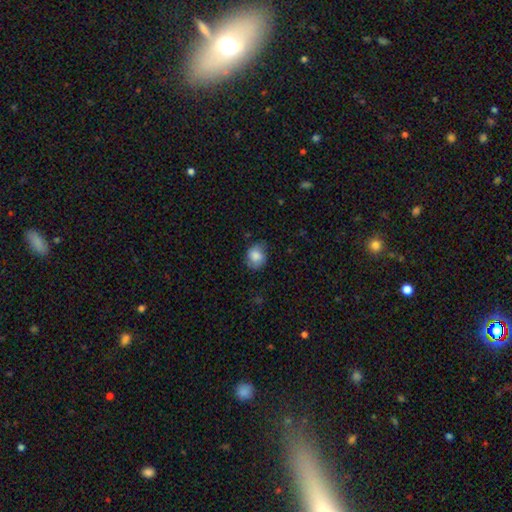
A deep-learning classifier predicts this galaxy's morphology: A smooth galaxy with no disk features (81%) that is round (62%). Merging: none (69%).